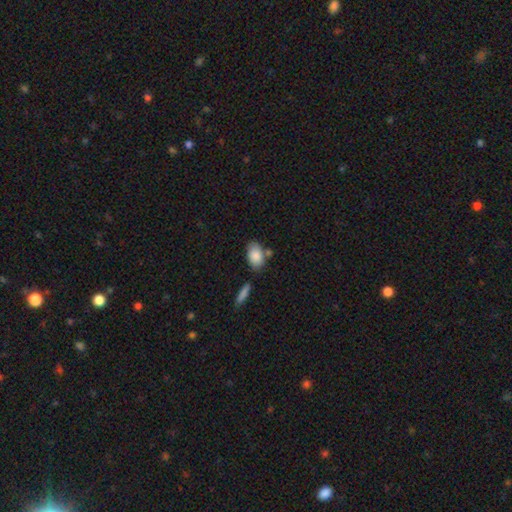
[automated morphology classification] smooth_or_featured: smooth (p=0.86) [alt: featured or disk p=0.07]
how_rounded: in between (p=0.90) [alt: round p=0.08]
merging: none (p=0.66) [alt: minor disturbance p=0.16]